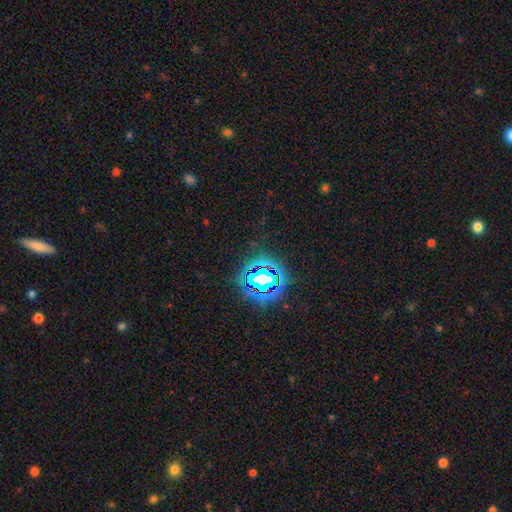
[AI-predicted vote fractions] smooth_or_featured: star or artifact (p=0.79) [alt: smooth p=0.13]